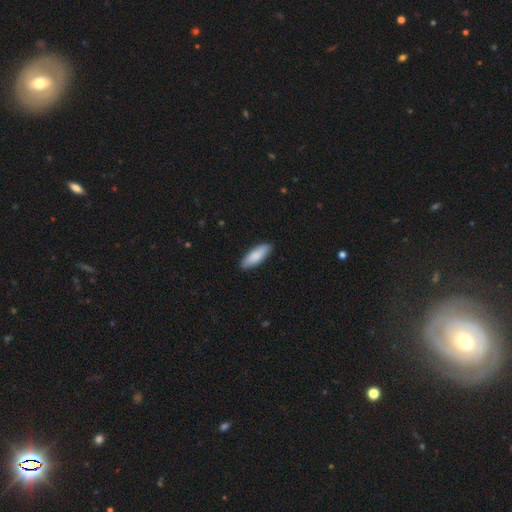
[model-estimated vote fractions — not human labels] Morphology: type=smooth (86%); roundness=in between (58%); merging=none (88%).